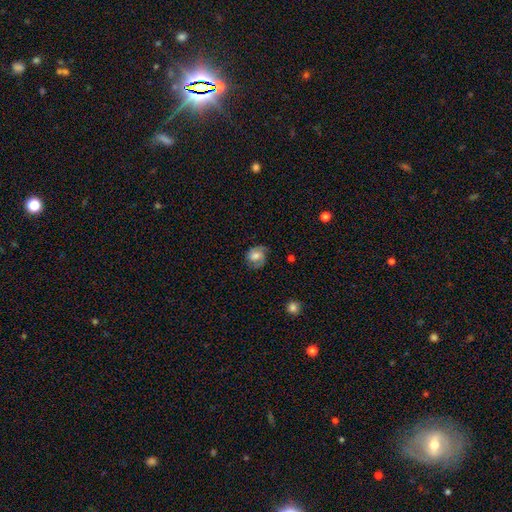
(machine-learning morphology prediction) smooth 46% (tied), featured or disk 46% (tied), star or artifact 8%. Down the decision tree: merging — none (68%).